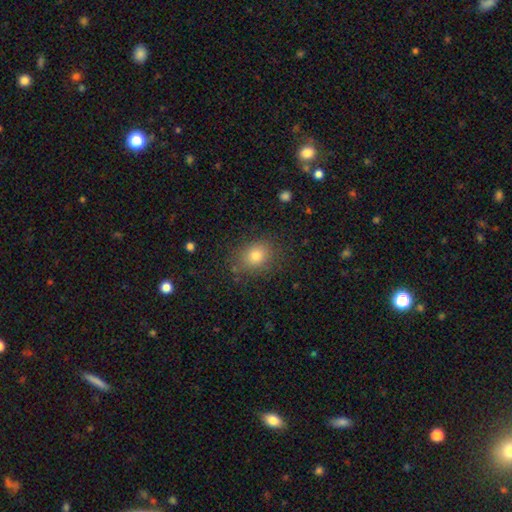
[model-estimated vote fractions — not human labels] The model was most divided on "how rounded": round: 51%, in between: 48%, cigar-shaped: 1%. More confident: merging — none (83%); smooth or featured — smooth (78%).